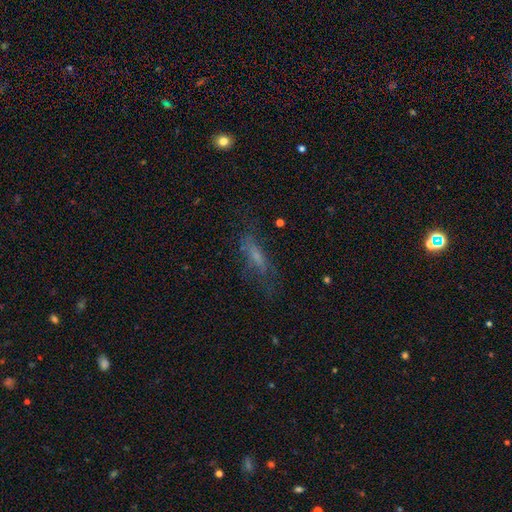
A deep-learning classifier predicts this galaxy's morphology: Smooth or featured? Predicted: smooth (p=0.47). Merging? Predicted: none (p=0.57).